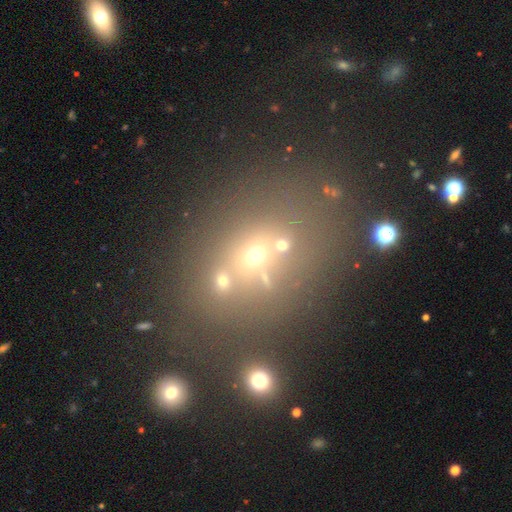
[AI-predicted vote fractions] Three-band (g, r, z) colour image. It shows a smooth galaxy with no disk features (44%). Merging: none (63%).